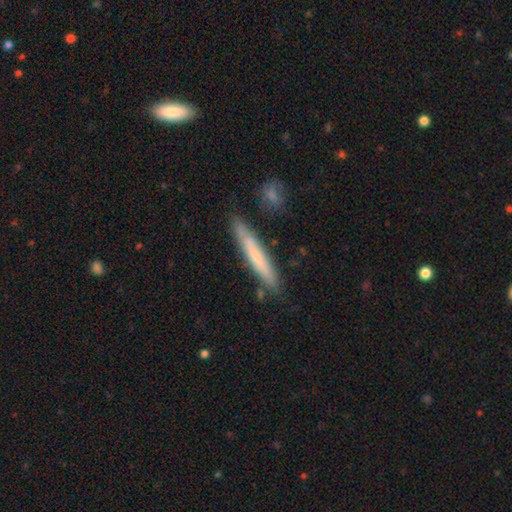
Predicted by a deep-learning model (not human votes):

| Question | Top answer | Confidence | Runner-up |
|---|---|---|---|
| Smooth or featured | smooth | 62% | featured or disk (32%) |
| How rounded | cigar-shaped | 94% | in between (4%) |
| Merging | none | 81% | minor disturbance (13%) |